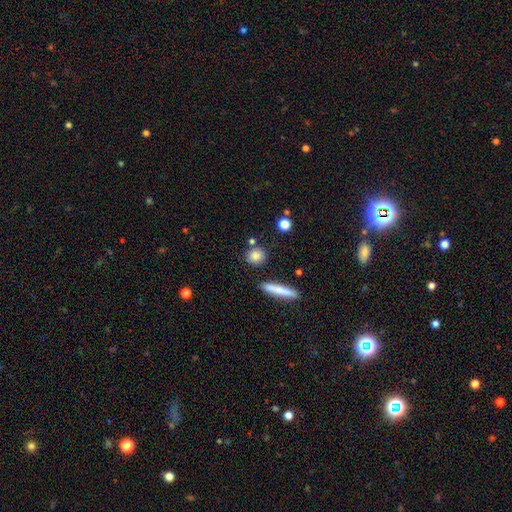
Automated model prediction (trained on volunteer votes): Smooth or featured? Predicted: smooth (p=0.82). How rounded? Predicted: round (p=0.78). Merging? Predicted: none (p=0.80).